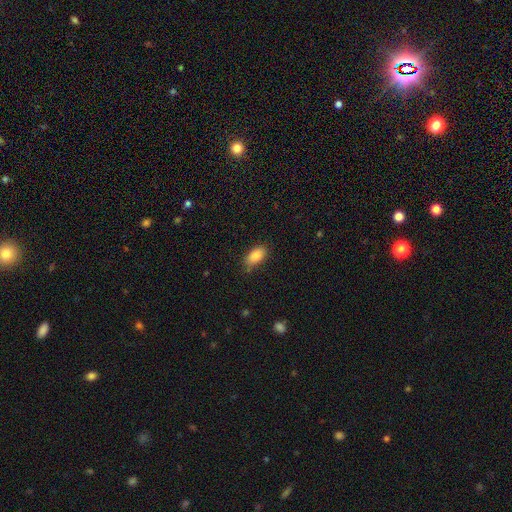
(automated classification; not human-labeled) smooth-or-featured: smooth: 87% | star or artifact: 8% | featured or disk: 5%
  how-rounded: in between: 91% | round: 6% | cigar-shaped: 3%
  merging: none: 73% | minor disturbance: 21% | major disturbance: 4% | merger: 2%